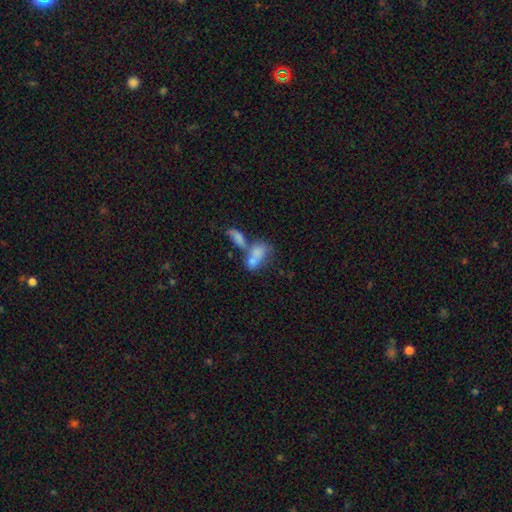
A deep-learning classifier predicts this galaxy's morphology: The model was most divided on "smooth or featured": smooth: 70%, featured or disk: 21%, star or artifact: 9%. More confident: how rounded — in between (84%); merging — merger (69%).